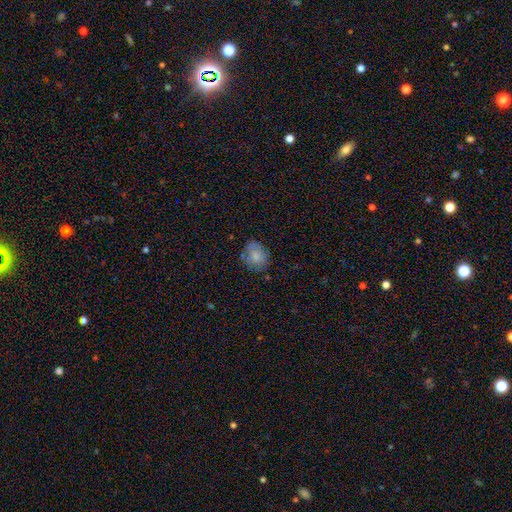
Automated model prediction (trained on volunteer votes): The model was most divided on "how rounded": in between: 51%, round: 48%, cigar-shaped: 1%. More confident: smooth or featured — smooth (77%); merging — none (70%).